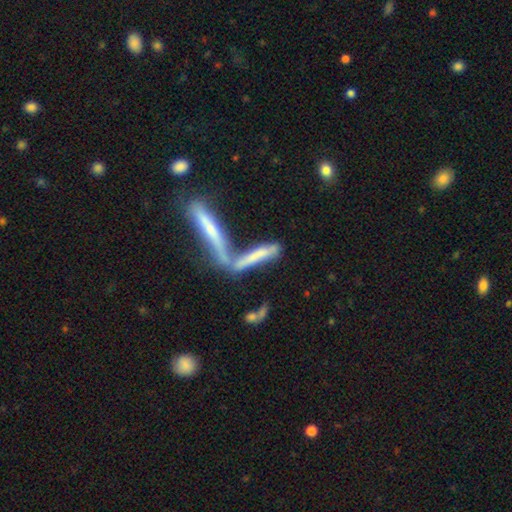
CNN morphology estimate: The model was most divided on "smooth or featured": smooth: 50%, featured or disk: 40%, star or artifact: 10%. More confident: how rounded — cigar-shaped (88%); merging — merger (50%).